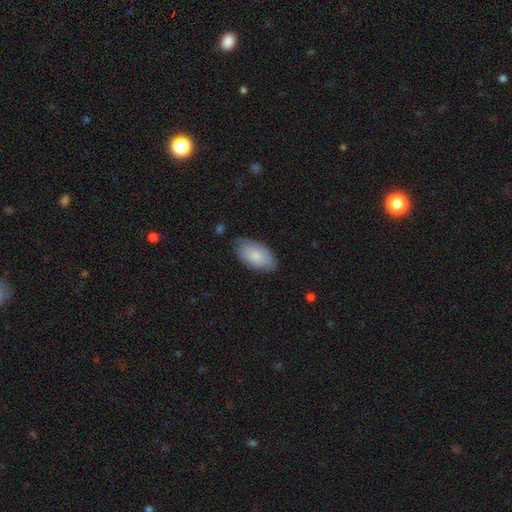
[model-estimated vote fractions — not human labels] Smooth or featured: smooth — 82% (featured or disk — 13%)
How rounded: in between — 95% (round — 3%)
Merging: none — 78% (minor disturbance — 17%)